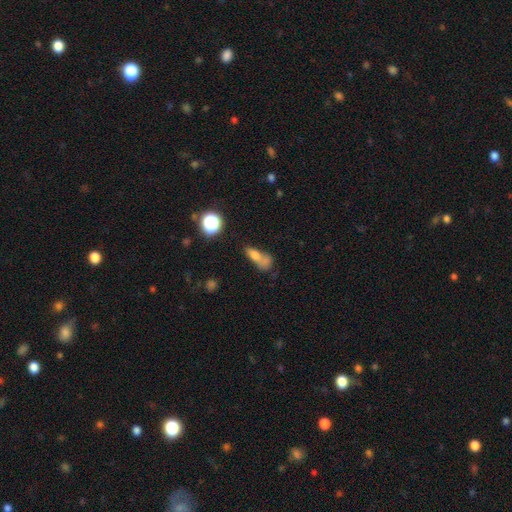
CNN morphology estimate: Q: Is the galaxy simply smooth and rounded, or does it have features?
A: smooth — 67%.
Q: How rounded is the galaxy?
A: in between — 62%.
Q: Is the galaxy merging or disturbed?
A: merger — 48%.